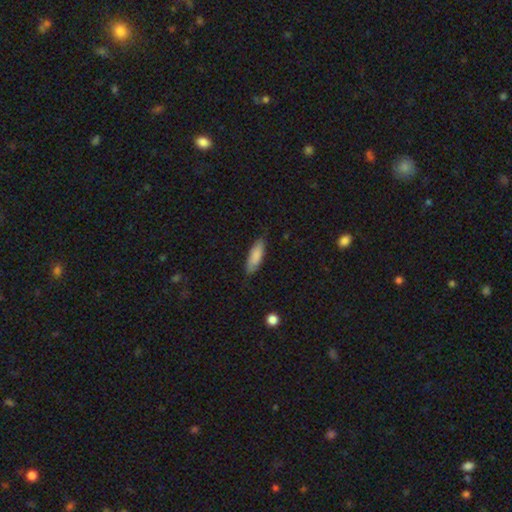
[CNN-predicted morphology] This is clearly a smooth galaxy (85%). How rounded: possibly in between (58%). Merging: likely none (78%).